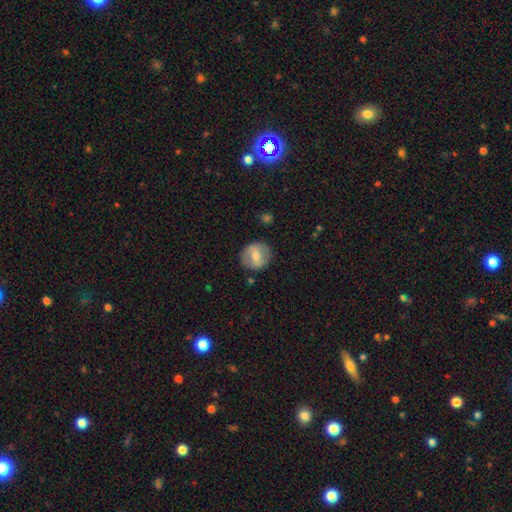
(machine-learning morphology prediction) This appears to be a smooth galaxy with no disk features (56%) that is round (84%). Merging: none (84%).